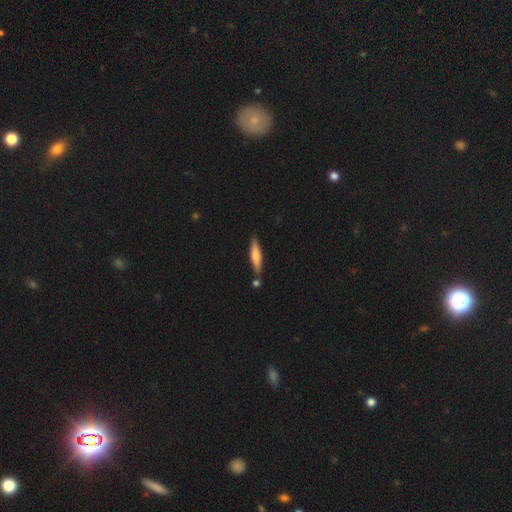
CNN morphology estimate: This is possibly a smooth galaxy (60%). How rounded: clearly cigar-shaped (84%). Merging: likely none (79%).